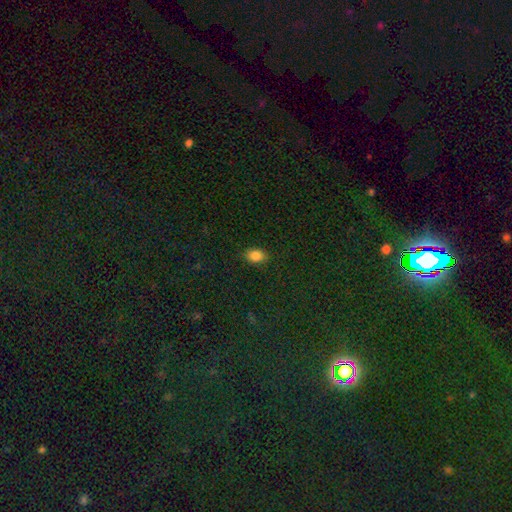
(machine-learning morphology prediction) smooth 86%, star or artifact 10%, featured or disk 4%. Down the decision tree: how rounded — in between (76%); merging — none (87%).